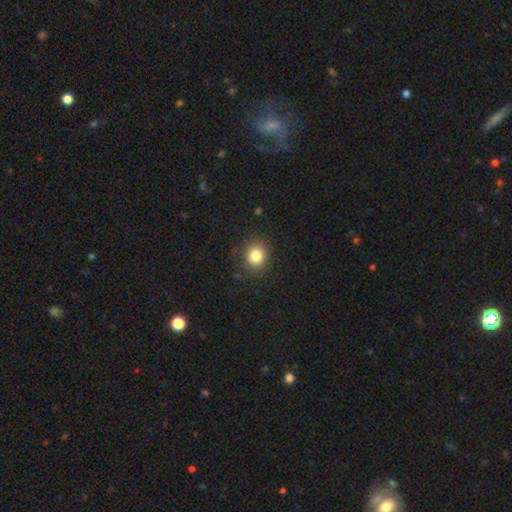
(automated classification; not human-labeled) This appears to be a smooth galaxy with no disk features (82%) that is round (85%). Merging: none (88%).